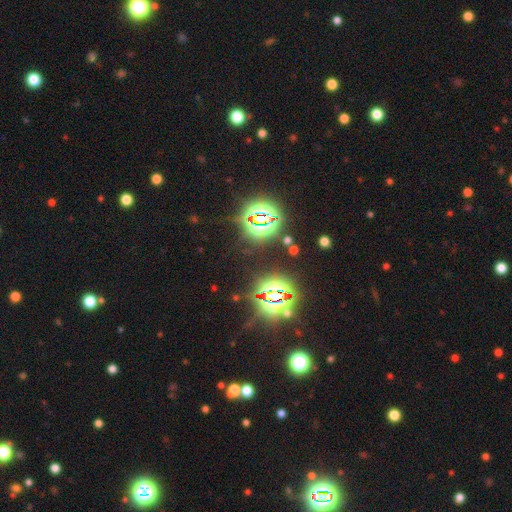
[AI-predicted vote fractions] A star or artifact, not a galaxy (81%).

Vote fractions:
- Smooth or featured? star or artifact: 81% / smooth: 13% / featured or disk: 6%